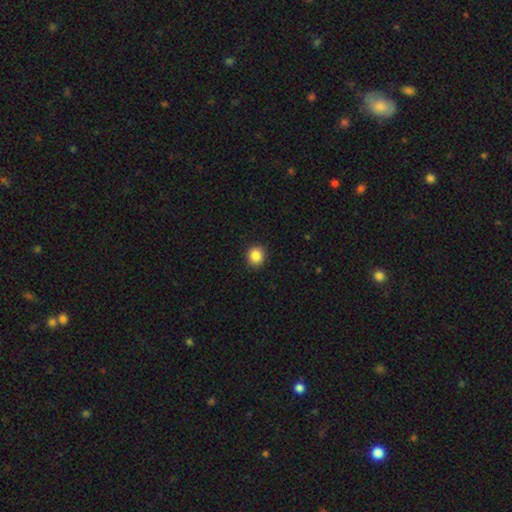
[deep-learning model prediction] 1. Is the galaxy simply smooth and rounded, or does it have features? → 86% smooth, 10% star or artifact, 4% featured or disk.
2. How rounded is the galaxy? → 84% round, 15% in between, 1% cigar-shaped.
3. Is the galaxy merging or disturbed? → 91% none, 6% minor disturbance, 2% major disturbance, 1% merger.